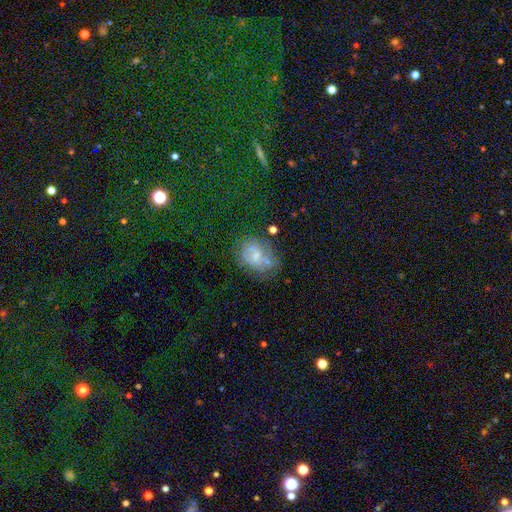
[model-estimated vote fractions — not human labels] A smooth galaxy with no disk features (43%). Merging: none (45%).